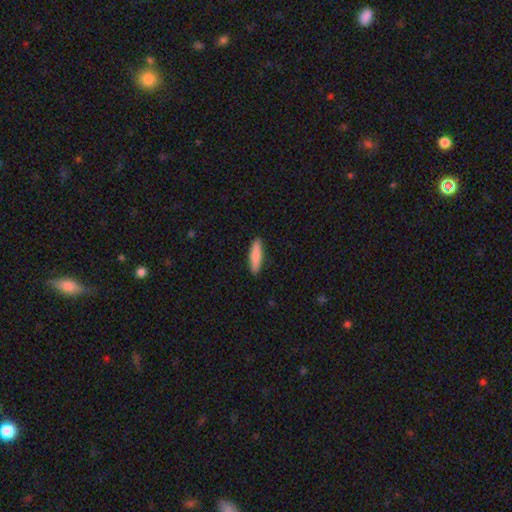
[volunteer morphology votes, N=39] A smooth galaxy with no disk features (79%) that is cigar-shaped (84%).

Vote fractions:
- Smooth or featured? smooth: 79% / featured or disk: 18% / star or artifact: 3%
- How rounded? cigar-shaped: 84% / in between: 16% / round: 0%
- Merging? none: 92% / minor disturbance: 5% / major disturbance: 3% / merger: 0%